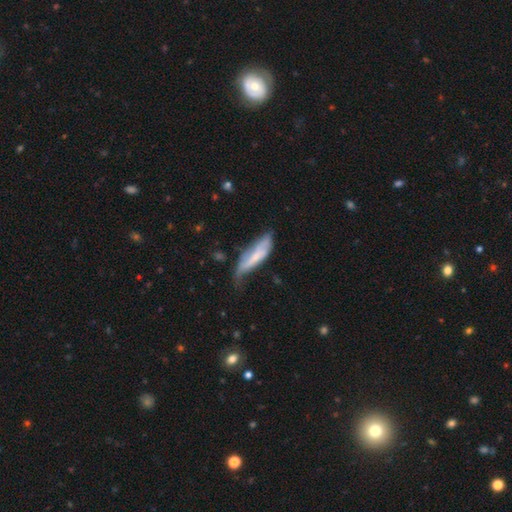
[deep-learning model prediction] Overall: smooth (53%; featured or disk 40%). How rounded: cigar-shaped (57%; in between 41%). Merging: minor disturbance (40%; none 33%).